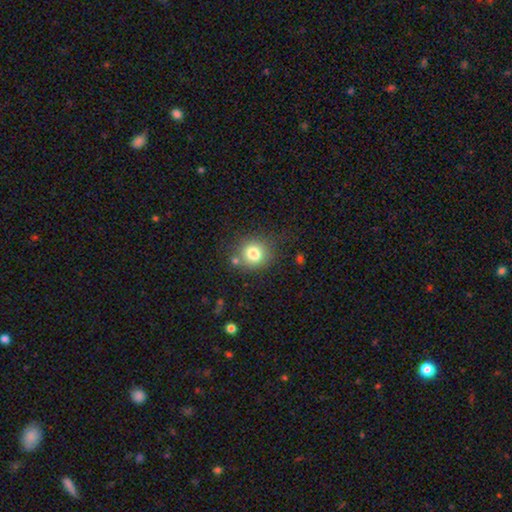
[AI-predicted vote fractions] The model was most divided on "merging": none: 73%, minor disturbance: 14%, merger: 8%, major disturbance: 5%. More confident: how rounded — round (81%); smooth or featured — smooth (80%).